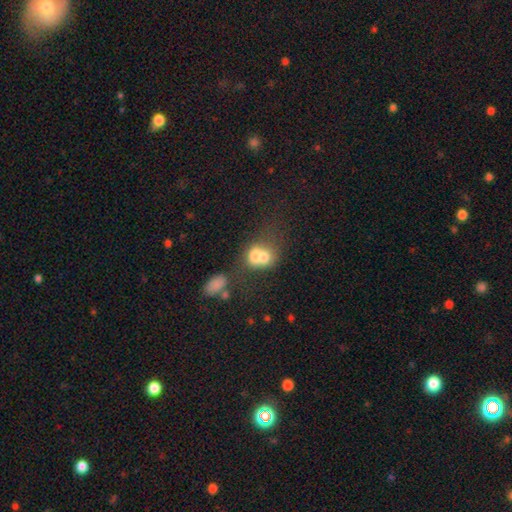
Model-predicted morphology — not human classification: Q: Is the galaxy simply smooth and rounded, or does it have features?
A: smooth — 64%.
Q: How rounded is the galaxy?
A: round — 56%.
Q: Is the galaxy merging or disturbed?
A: merger — 68%.